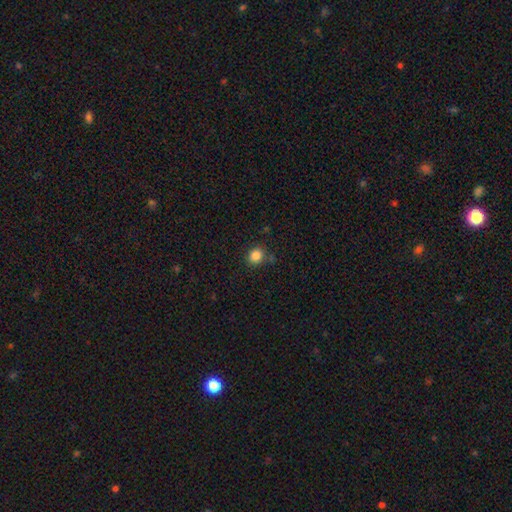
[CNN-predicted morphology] This appears to be a smooth galaxy with no disk features (85%) that is round (73%). Merging: none (82%).